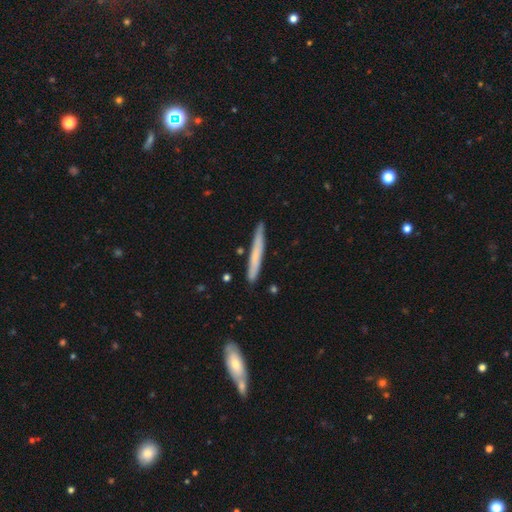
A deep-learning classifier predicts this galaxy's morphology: Smooth or featured: smooth — 62% (featured or disk — 32%)
How rounded: cigar-shaped — 97% (in between — 2%)
Merging: none — 87% (minor disturbance — 9%)